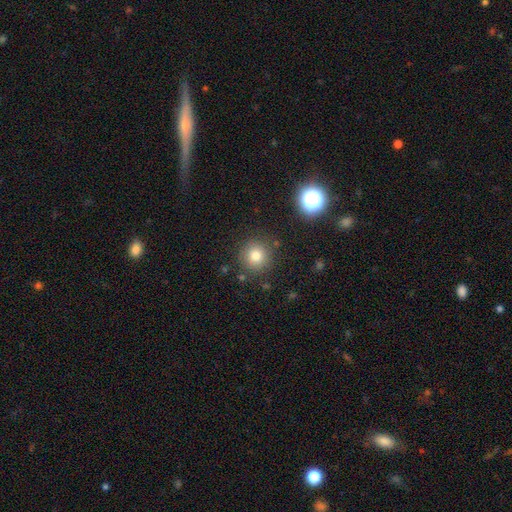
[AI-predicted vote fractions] Morphology: type=smooth (79%); roundness=round (92%); merging=none (86%).